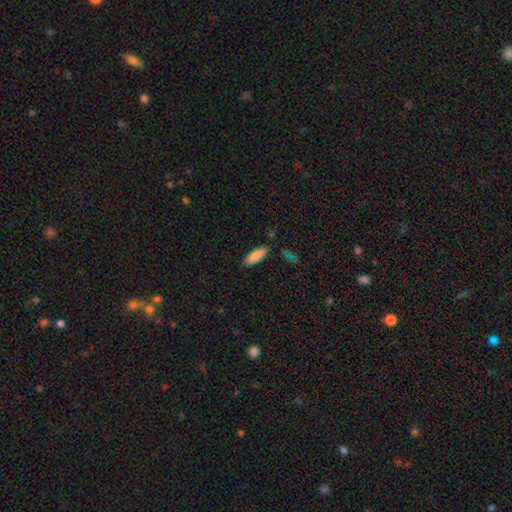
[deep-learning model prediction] This is clearly a smooth galaxy (84%). How rounded: likely in between (61%). Merging: clearly none (82%).